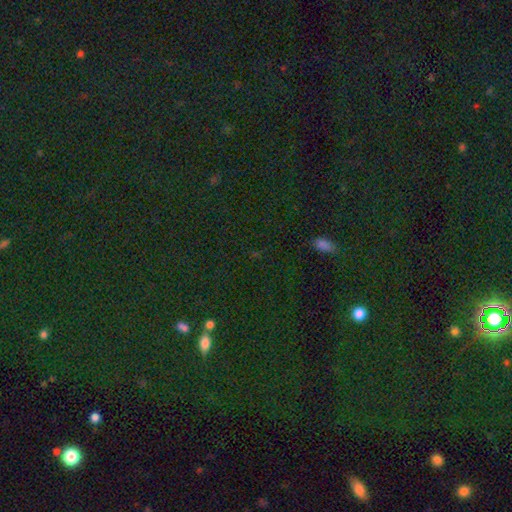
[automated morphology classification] This is likely a star or artifact rather than a galaxy (70%).